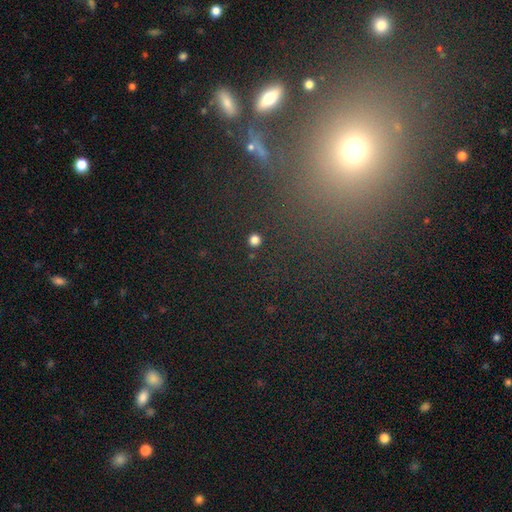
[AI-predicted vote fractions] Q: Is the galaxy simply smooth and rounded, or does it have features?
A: star or artifact — 47%.